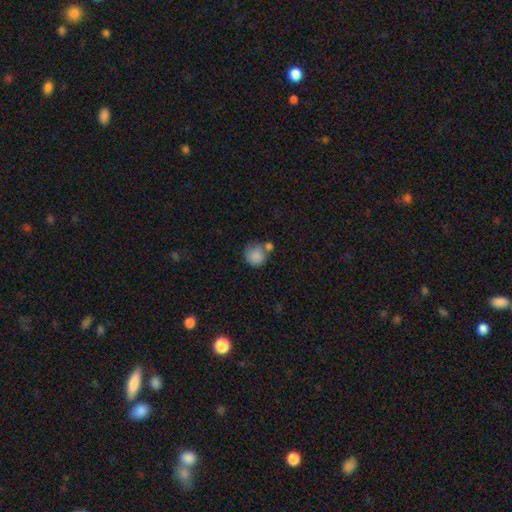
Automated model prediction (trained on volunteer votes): A smooth galaxy with no disk features (85%) that is round (88%). Merging: none (50%).